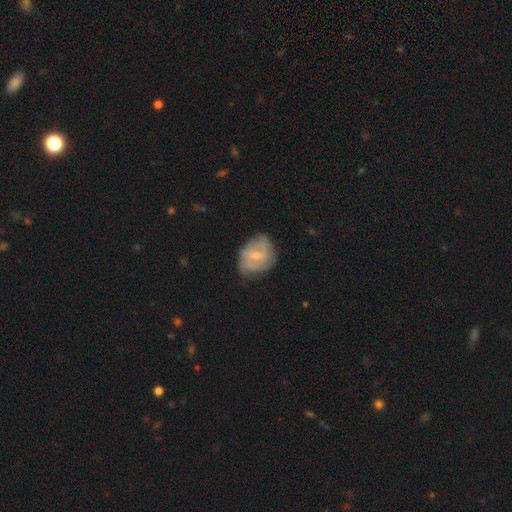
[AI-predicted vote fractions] Smooth or featured? Predicted: featured or disk (p=0.57). Edge-on disk? Predicted: no (p=0.97). Bar? Predicted: weak (p=0.49). Spiral arms? Predicted: yes (p=0.71). Bulge size? Predicted: small (p=0.51). Merging? Predicted: none (p=0.61).